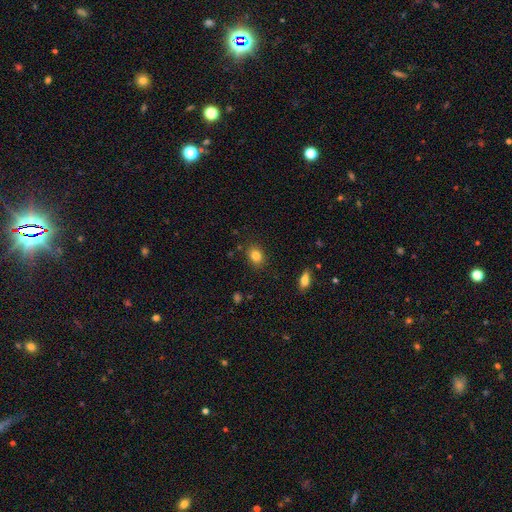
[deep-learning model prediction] smooth 82%, star or artifact 11%, featured or disk 7%. Down the decision tree: how rounded — in between (52%); merging — none (87%).